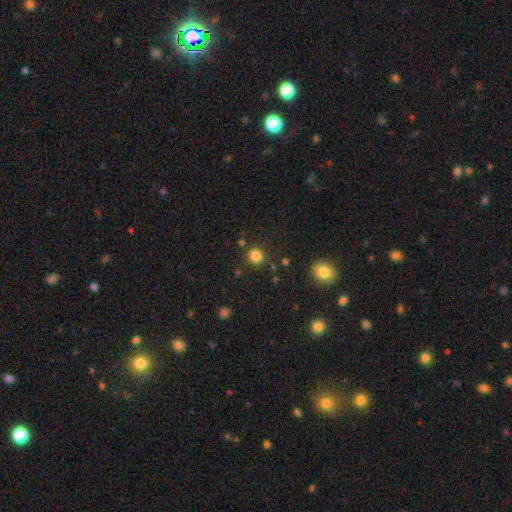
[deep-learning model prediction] smooth 83%, star or artifact 13%, featured or disk 4%. Down the decision tree: how rounded — round (90%); merging — none (85%).